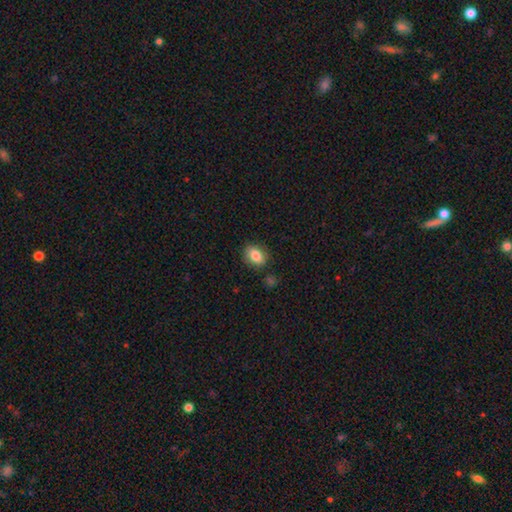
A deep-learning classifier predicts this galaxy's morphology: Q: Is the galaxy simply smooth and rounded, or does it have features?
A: smooth — 85%.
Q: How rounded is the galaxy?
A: in between — 70%.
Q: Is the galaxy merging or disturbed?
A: none — 83%.